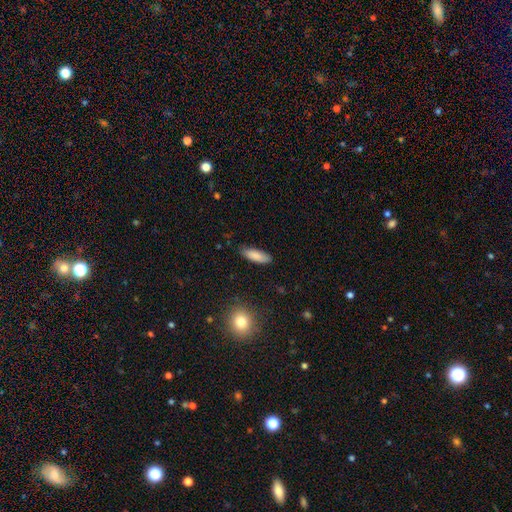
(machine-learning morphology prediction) The model was most divided on "how rounded": in between: 54%, cigar-shaped: 44%, round: 2%. More confident: smooth or featured — smooth (87%); merging — none (85%).